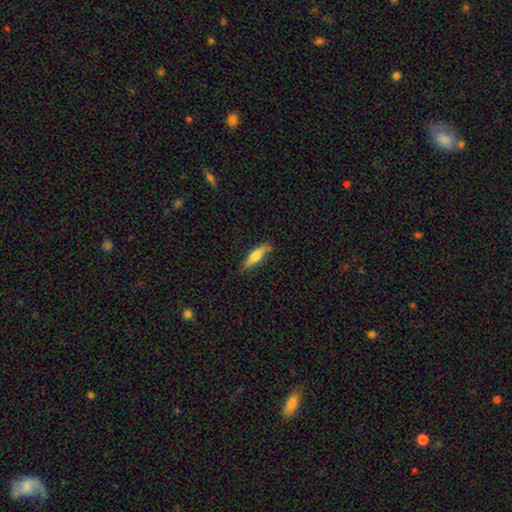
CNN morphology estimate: Q: Smooth or featured?
A: smooth (66%); runner-up: featured or disk (28%)
Q: How rounded?
A: cigar-shaped (69%); runner-up: in between (30%)
Q: Merging?
A: none (77%); runner-up: minor disturbance (18%)